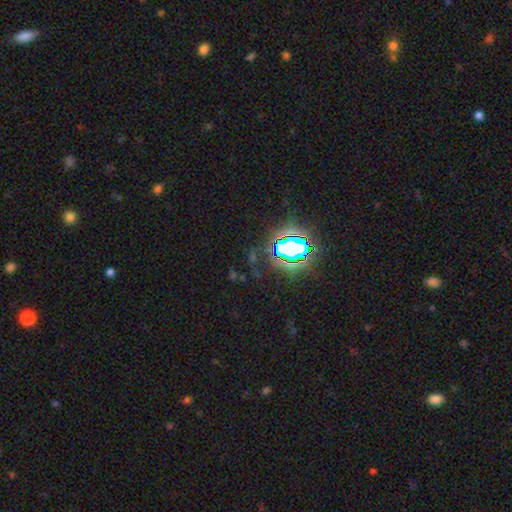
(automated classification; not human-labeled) Smooth or featured: star or artifact — 74% (smooth — 15%)